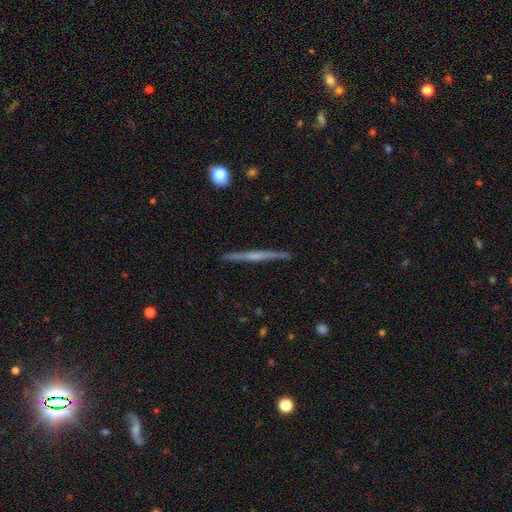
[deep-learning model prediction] Smooth or featured: featured or disk — 67% (smooth — 27%)
Edge-on disk: yes — 98% (no — 2%)
Edge-on bulge: none — 55% (rounded — 34%)
Merging: none — 91% (minor disturbance — 7%)